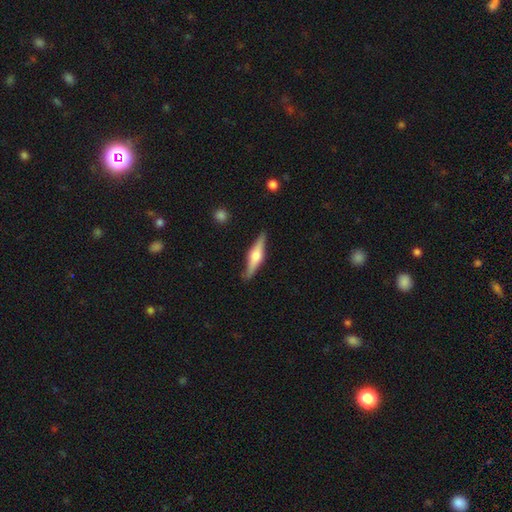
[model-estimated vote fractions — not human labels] Smooth or featured: featured or disk — 69% (smooth — 26%)
Edge-on disk: yes — 97% (no — 3%)
Edge-on bulge: rounded — 90% (boxy — 7%)
Merging: none — 88% (minor disturbance — 9%)